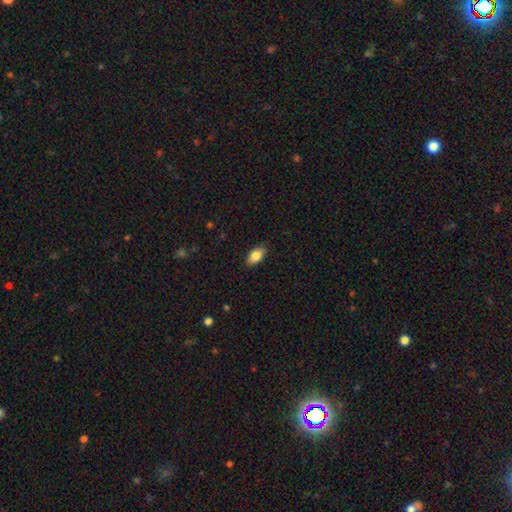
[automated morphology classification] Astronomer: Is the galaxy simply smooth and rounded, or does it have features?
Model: smooth — 83%.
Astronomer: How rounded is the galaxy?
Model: in between — 91%.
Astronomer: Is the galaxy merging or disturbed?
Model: none — 88%.